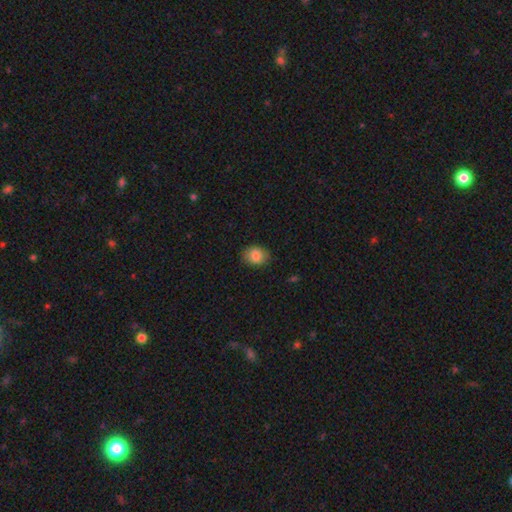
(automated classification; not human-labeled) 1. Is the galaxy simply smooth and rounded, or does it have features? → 86% smooth, 8% star or artifact, 6% featured or disk.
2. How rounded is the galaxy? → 57% in between, 42% round, 1% cigar-shaped.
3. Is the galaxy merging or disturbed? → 82% none, 14% minor disturbance, 3% major disturbance, 1% merger.